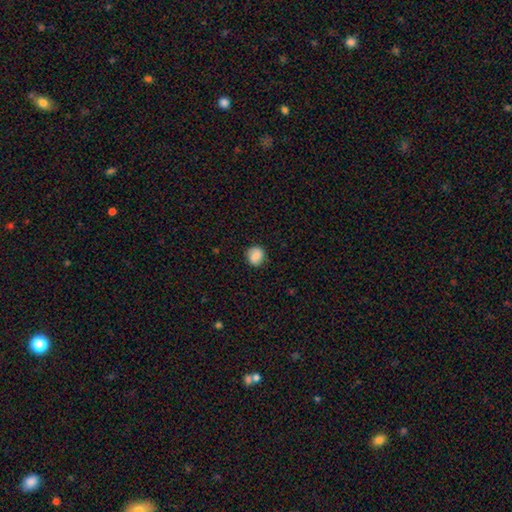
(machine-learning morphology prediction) smooth_or_featured: smooth (p=0.83) [alt: featured or disk p=0.09]
how_rounded: round (p=0.79) [alt: in between p=0.21]
merging: none (p=0.85) [alt: minor disturbance p=0.11]